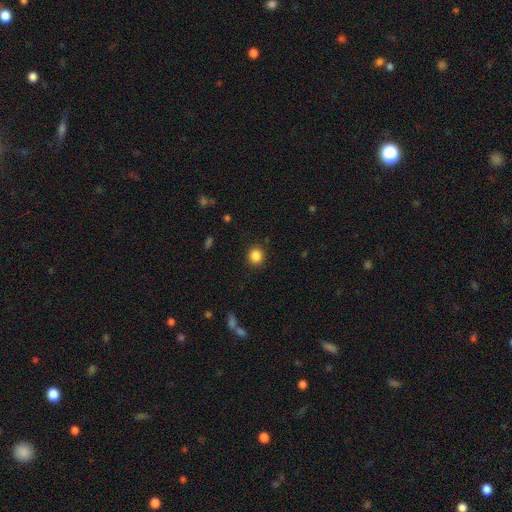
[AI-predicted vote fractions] Morphology: type=smooth (86%); roundness=round (88%); merging=none (89%).